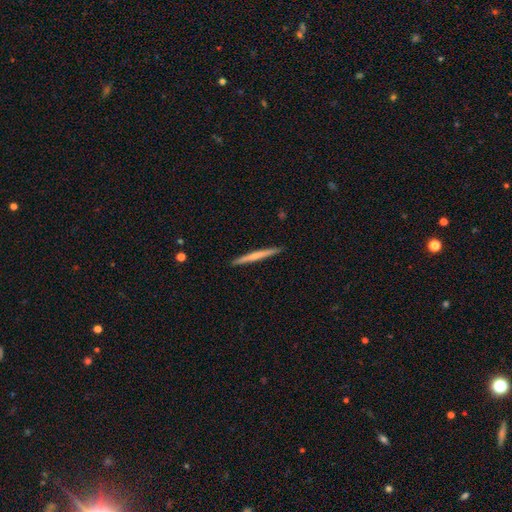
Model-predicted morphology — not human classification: A smooth galaxy with no disk features (53%) that is cigar-shaped (97%). Merging: none (92%).